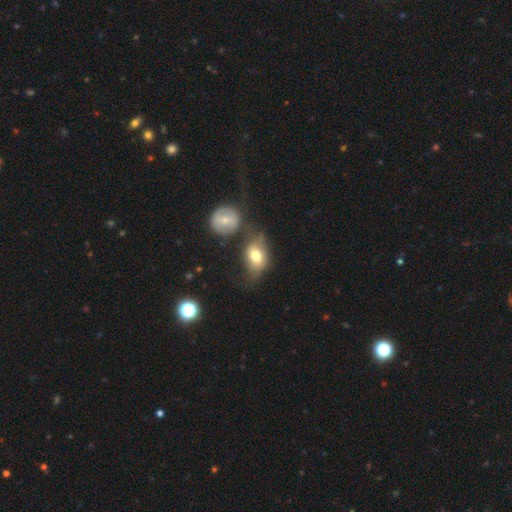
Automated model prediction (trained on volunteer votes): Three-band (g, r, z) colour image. It shows a smooth galaxy with no disk features (70%) that is in between round and cigar-shaped (77%). Merging: none (42%).